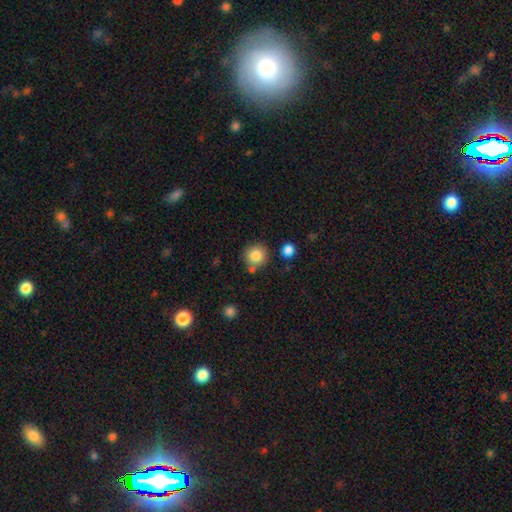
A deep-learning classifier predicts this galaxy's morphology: Overall: smooth (84%). How rounded: round (92%). Merging: none (77%).